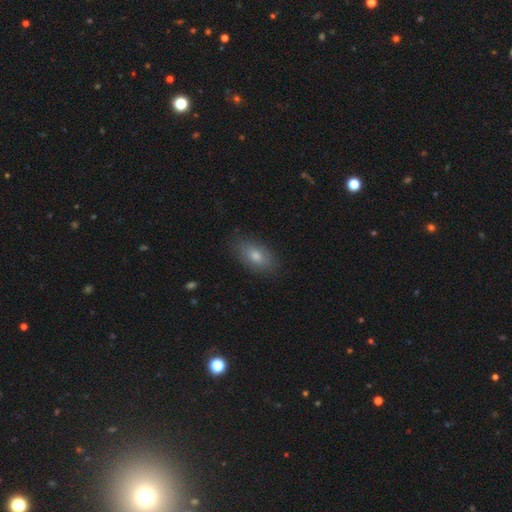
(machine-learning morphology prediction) This appears to be a smooth galaxy with no disk features (77%) that is in between round and cigar-shaped (89%). Merging: none (83%).